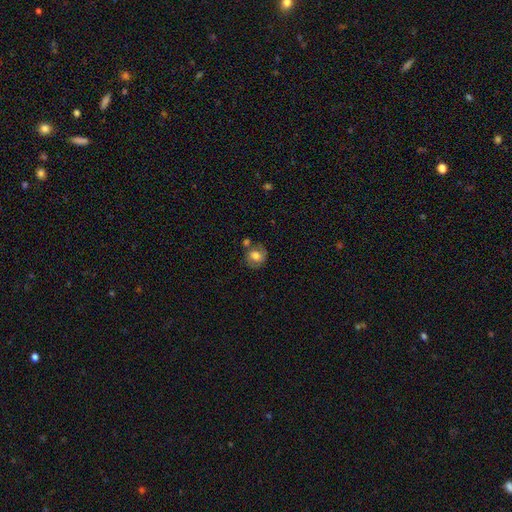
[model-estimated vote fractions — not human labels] A smooth galaxy with no disk features (67%) that is round (79%). Merging: none (65%).